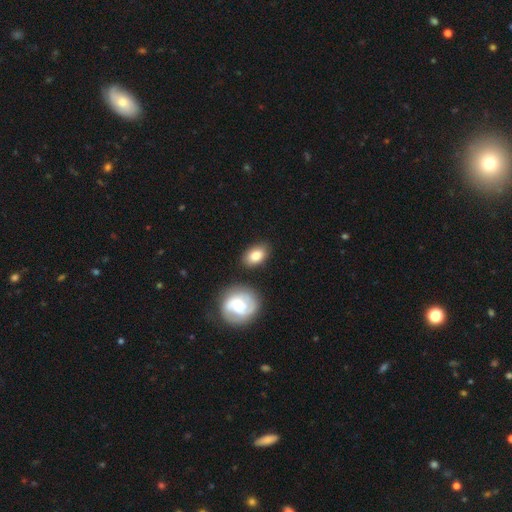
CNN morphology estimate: This appears to be a smooth galaxy with no disk features (80%) that is in between round and cigar-shaped (84%). Merging: none (79%).